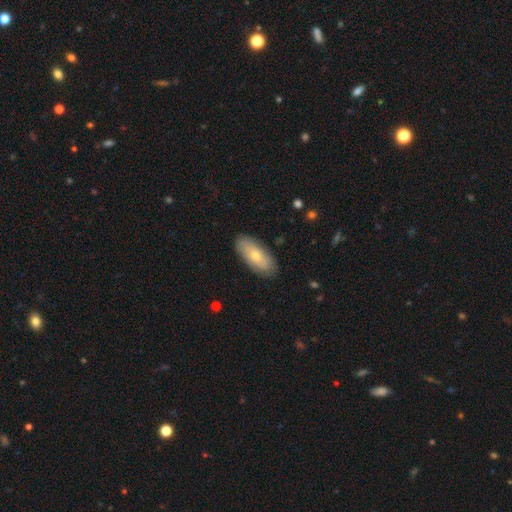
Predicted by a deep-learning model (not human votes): Smooth or featured? Predicted: smooth (p=0.65). How rounded? Predicted: in between (p=0.87). Merging? Predicted: none (p=0.85).